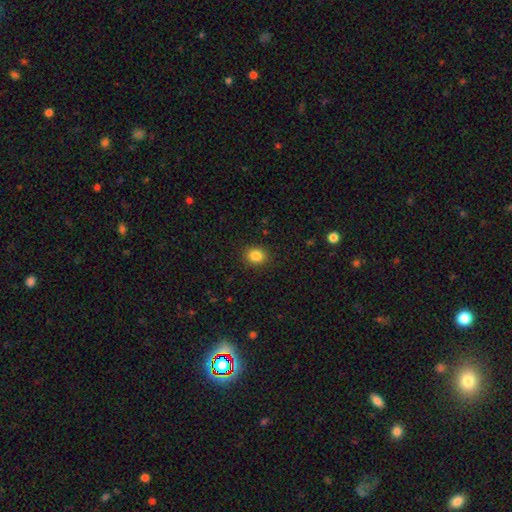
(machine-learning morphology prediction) A smooth galaxy with no disk features (85%) that is round (71%). Merging: none (90%).